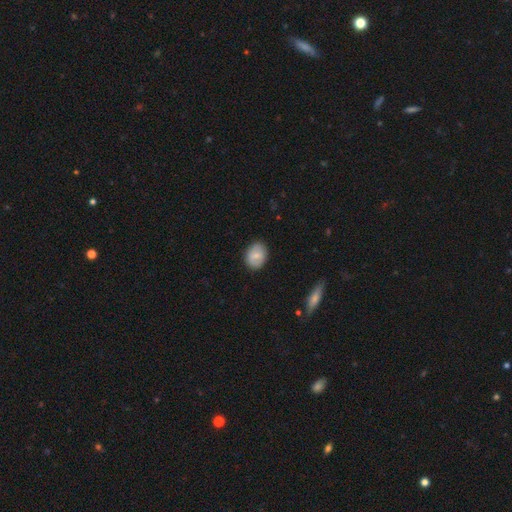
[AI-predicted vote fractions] This appears to be a smooth galaxy with no disk features (72%) that is in between round and cigar-shaped (58%). Merging: none (85%).